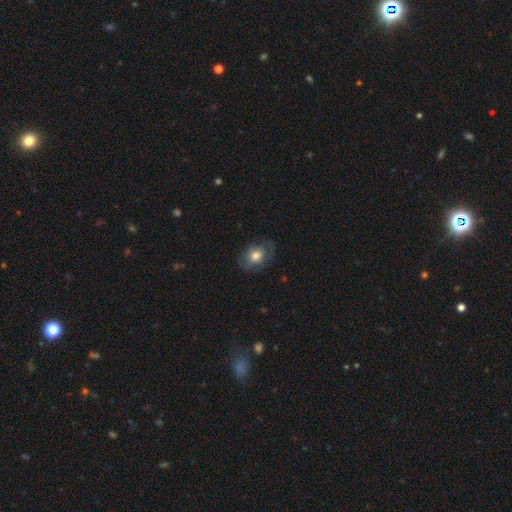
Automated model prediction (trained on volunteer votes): This is likely a smooth galaxy (67%). How rounded: likely in between (65%). Merging: likely none (66%).